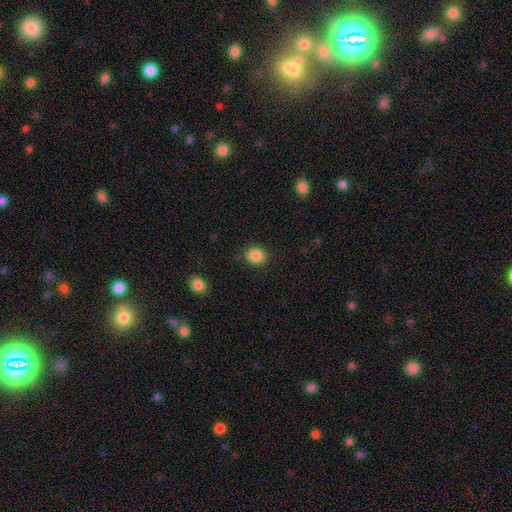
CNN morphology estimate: Q: Smooth or featured?
A: smooth (86%); runner-up: star or artifact (9%)
Q: How rounded?
A: round (67%); runner-up: in between (32%)
Q: Merging?
A: none (84%); runner-up: minor disturbance (11%)